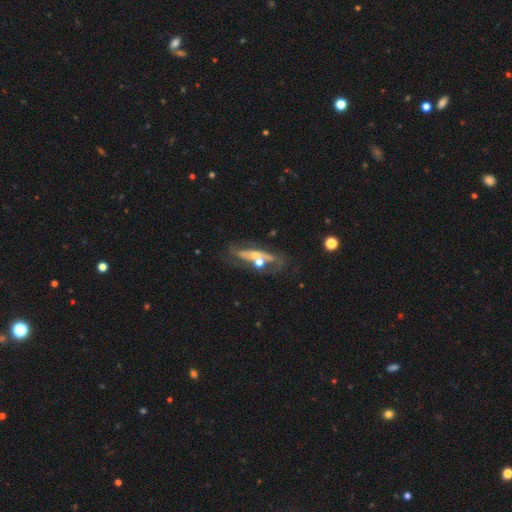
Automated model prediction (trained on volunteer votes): A featured or disk galaxy (69%). Merging: none (43%).